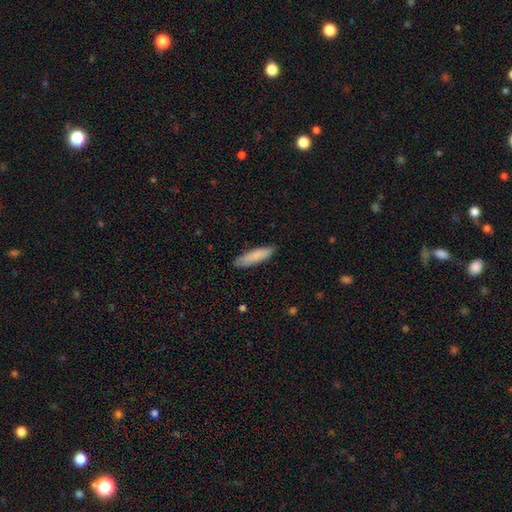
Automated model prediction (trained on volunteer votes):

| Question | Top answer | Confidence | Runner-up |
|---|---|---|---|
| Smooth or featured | smooth | 83% | featured or disk (11%) |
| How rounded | cigar-shaped | 71% | in between (28%) |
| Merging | none | 85% | minor disturbance (12%) |